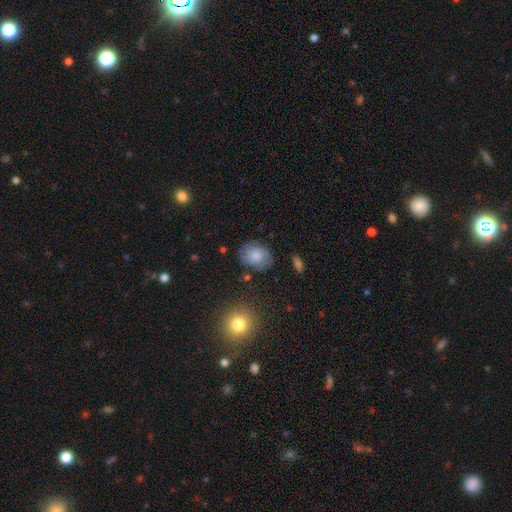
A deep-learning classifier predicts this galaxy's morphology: The model was most divided on "how rounded": in between: 50%, round: 49%, cigar-shaped: 1%. More confident: merging — none (76%); smooth or featured — smooth (75%).